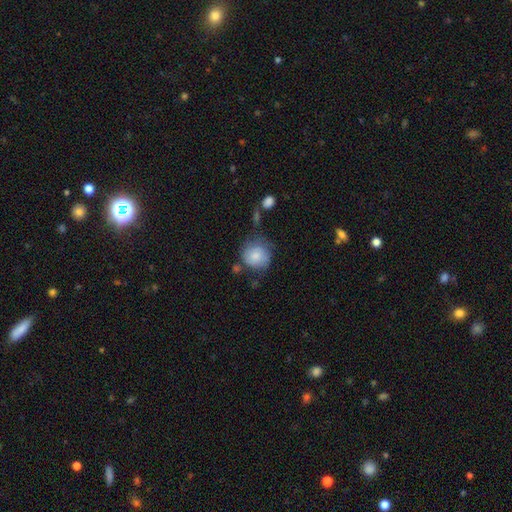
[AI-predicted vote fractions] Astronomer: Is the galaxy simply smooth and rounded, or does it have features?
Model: smooth — 75%.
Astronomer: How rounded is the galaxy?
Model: round — 87%.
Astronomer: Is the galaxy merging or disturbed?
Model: none — 52% (runner-up: minor disturbance, 27%).